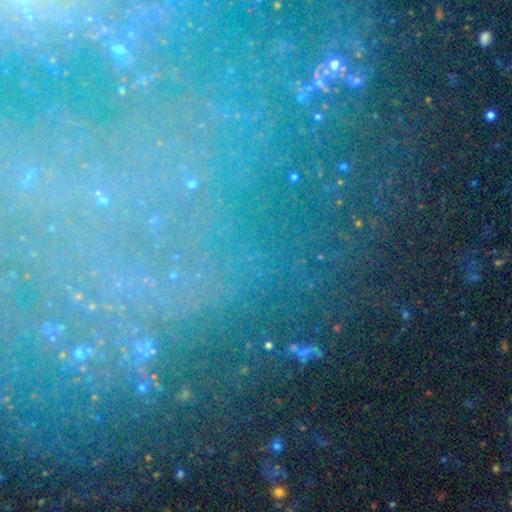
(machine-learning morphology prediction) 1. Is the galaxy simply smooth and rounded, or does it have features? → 62% star or artifact, 24% featured or disk, 14% smooth.